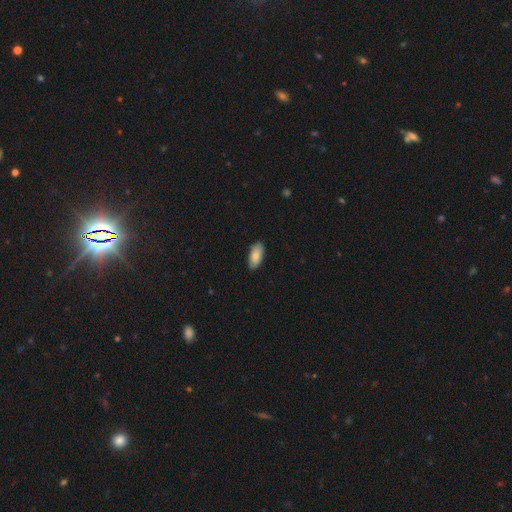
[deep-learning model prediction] Morphology: type=smooth (83%); roundness=in between (91%); merging=none (86%).